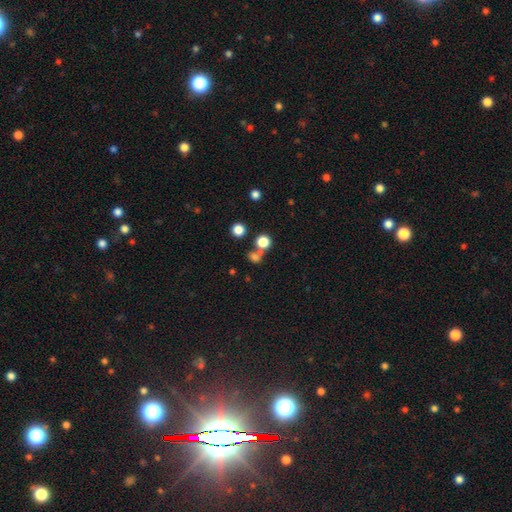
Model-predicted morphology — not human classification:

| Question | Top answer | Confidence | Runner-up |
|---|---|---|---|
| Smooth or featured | smooth | 58% | star or artifact (32%) |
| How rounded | round | 77% | in between (21%) |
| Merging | none | 56% | merger (30%) |